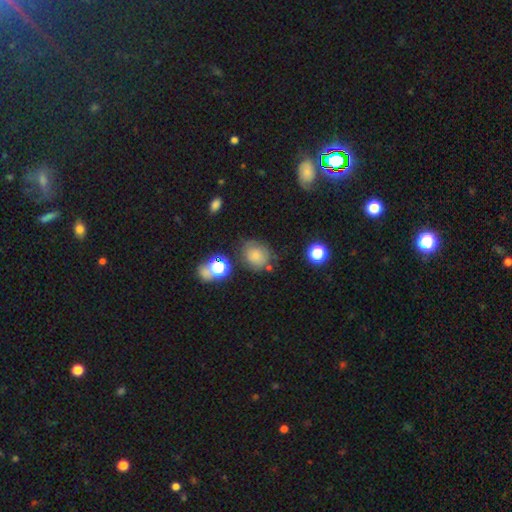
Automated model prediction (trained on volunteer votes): A smooth galaxy with no disk features (68%) that is round (66%). Merging: none (64%).